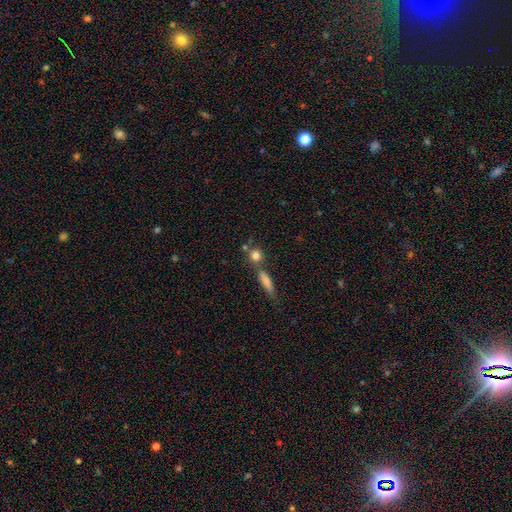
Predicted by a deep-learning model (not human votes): Smooth or featured? smooth (79%)
How rounded? round (80%)
Merging? none (63%)